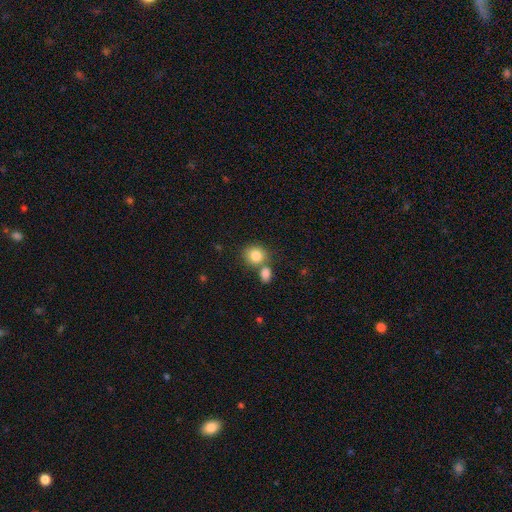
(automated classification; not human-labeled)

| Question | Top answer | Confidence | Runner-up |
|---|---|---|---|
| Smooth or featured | smooth | 83% | star or artifact (10%) |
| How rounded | round | 79% | in between (20%) |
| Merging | none | 56% | merger (31%) |